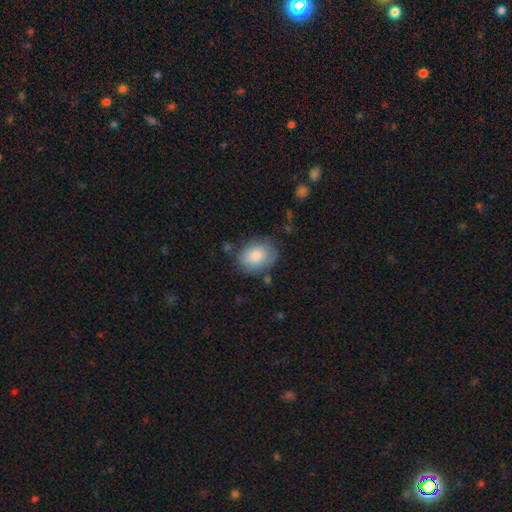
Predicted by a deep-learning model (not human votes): This is clearly a smooth galaxy (81%). How rounded: likely in between (67%). Merging: likely none (72%).